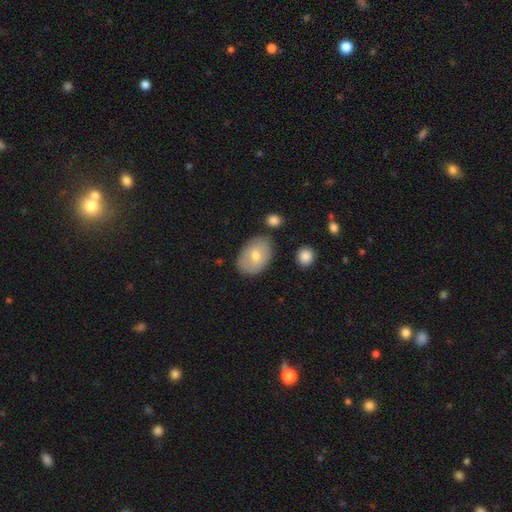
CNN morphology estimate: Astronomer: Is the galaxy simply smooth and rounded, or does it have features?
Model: smooth — 65%.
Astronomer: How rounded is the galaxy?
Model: in between — 84%.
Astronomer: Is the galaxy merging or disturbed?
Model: none — 78%.